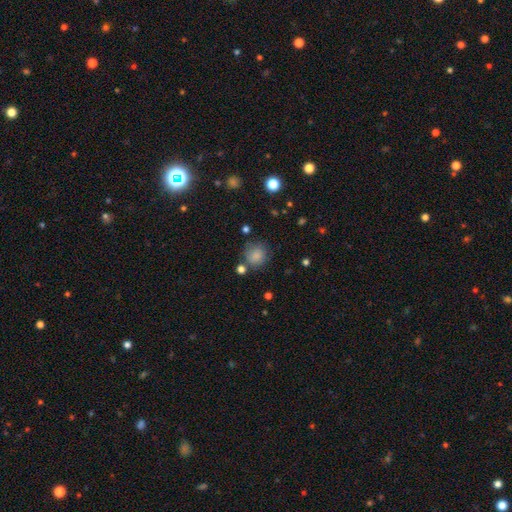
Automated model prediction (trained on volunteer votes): This is clearly a smooth galaxy (83%). How rounded: clearly round (87%). Merging: likely none (73%).